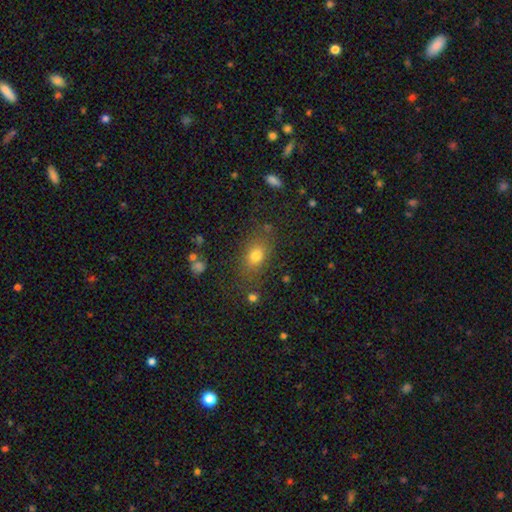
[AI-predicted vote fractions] Smooth or featured?
  - smooth: 75% *
  - star or artifact: 14%
  - featured or disk: 11%
How rounded?
  - in between: 70% *
  - round: 26%
  - cigar-shaped: 4%
Merging?
  - none: 76% *
  - minor disturbance: 14%
  - major disturbance: 6%
  - merger: 4%